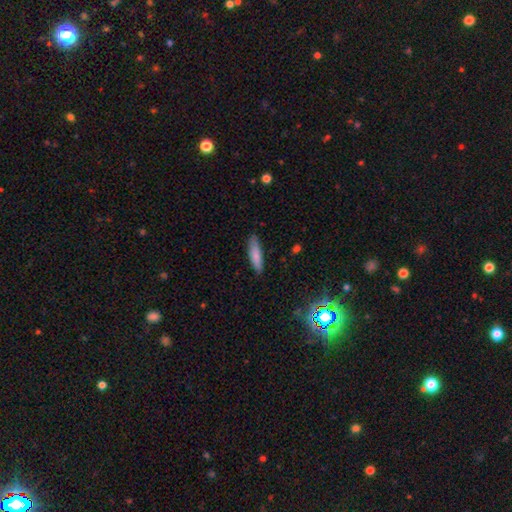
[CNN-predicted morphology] A smooth galaxy with no disk features (81%) that is cigar-shaped (66%). Merging: none (85%).